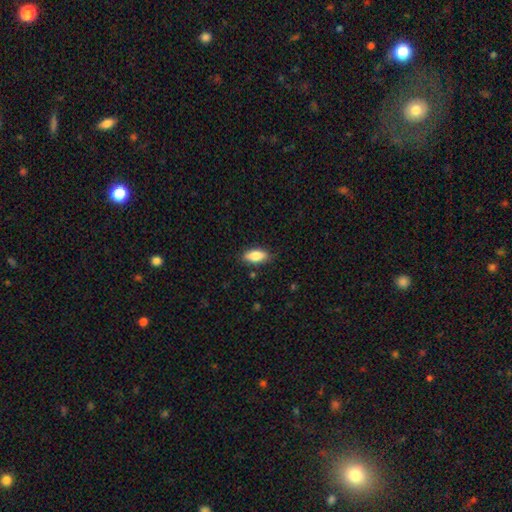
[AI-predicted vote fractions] A smooth galaxy with no disk features (83%) that is in between round and cigar-shaped (85%). Merging: none (84%).